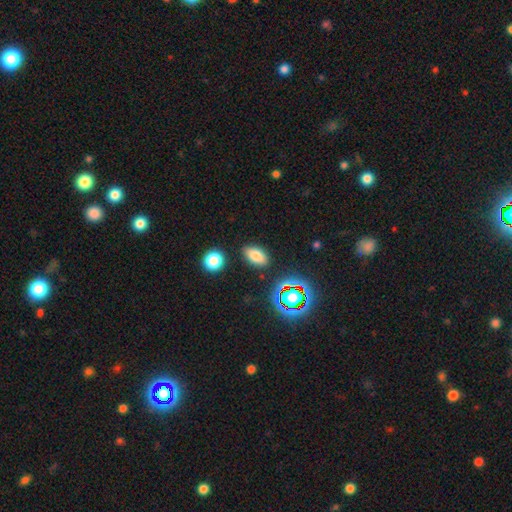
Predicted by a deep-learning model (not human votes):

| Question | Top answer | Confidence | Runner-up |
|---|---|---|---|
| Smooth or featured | smooth | 76% | star or artifact (15%) |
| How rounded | in between | 89% | round (7%) |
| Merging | none | 86% | minor disturbance (9%) |